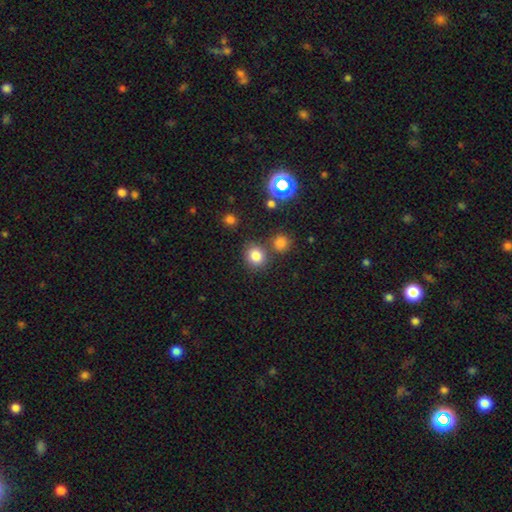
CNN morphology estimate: Q: Smooth or featured?
A: smooth (79%); runner-up: star or artifact (15%)
Q: How rounded?
A: round (80%); runner-up: in between (19%)
Q: Merging?
A: none (74%); runner-up: merger (13%)